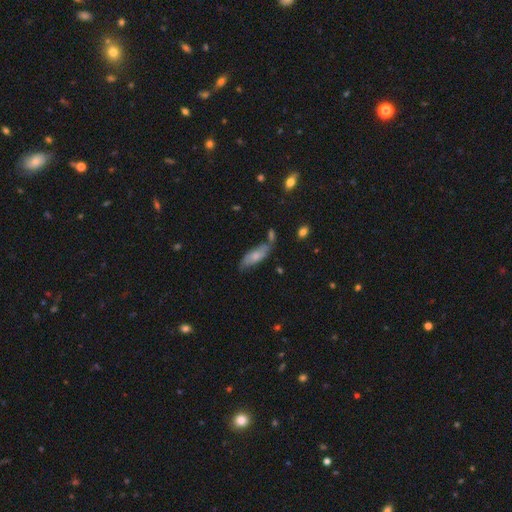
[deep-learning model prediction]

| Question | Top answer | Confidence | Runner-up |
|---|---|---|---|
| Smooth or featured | smooth | 62% | featured or disk (31%) |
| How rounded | in between | 68% | cigar-shaped (29%) |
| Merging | none | 56% | minor disturbance (26%) |